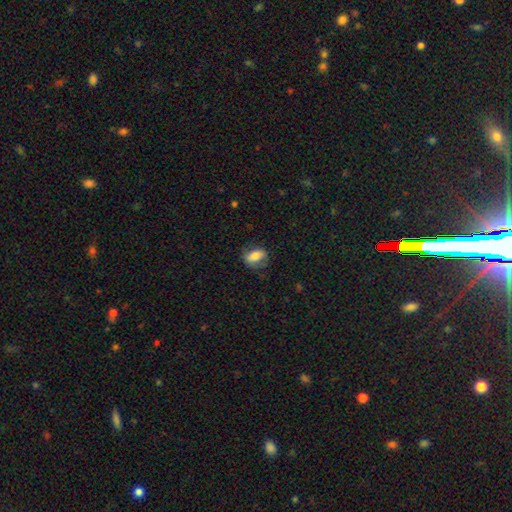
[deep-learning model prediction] Smooth or featured? Predicted: smooth (p=0.73). How rounded? Predicted: in between (p=0.81). Merging? Predicted: none (p=0.70).